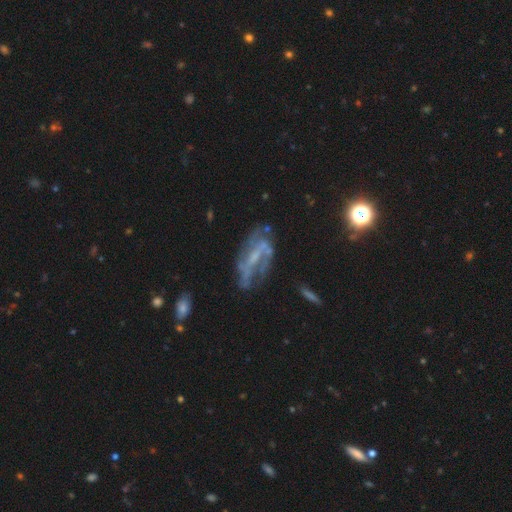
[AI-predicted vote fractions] Morphology: type=featured or disk (75%); edge-on=no (92%); bar=weak (41%); spiral arms=yes (75%); winding=medium (40%); arm count=2 (45%); bulge=small (44%); merging=none (52%).